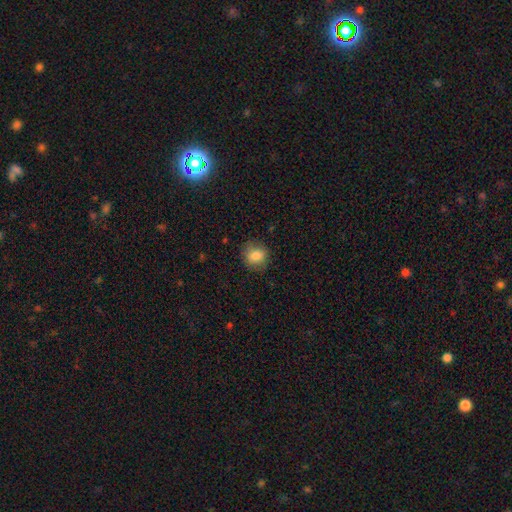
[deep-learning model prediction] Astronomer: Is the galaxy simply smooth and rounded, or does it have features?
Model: smooth — 83%.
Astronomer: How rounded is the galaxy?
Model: round — 77%.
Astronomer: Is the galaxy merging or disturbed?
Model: none — 83%.